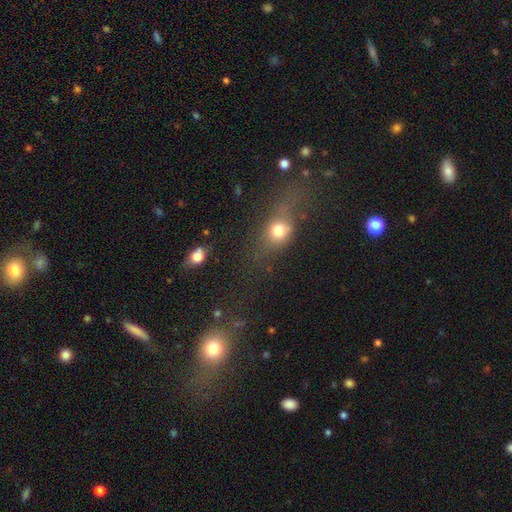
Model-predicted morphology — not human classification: type=smooth (51%); roundness=in between (40%); merging=none (59%).